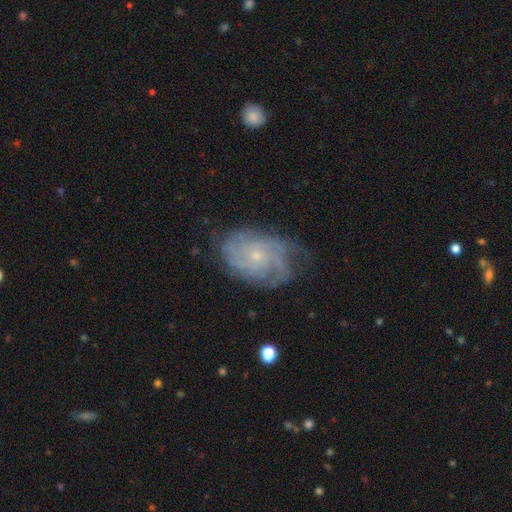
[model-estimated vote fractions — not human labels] Smooth or featured? featured or disk (83%)
Edge-on disk? no (97%)
Bar? no (78%)
Spiral arms? yes (96%)
Spiral winding? tight (59%)
Spiral arm count? can't tell (29%)
Bulge size? small (78%)
Merging? none (68%)